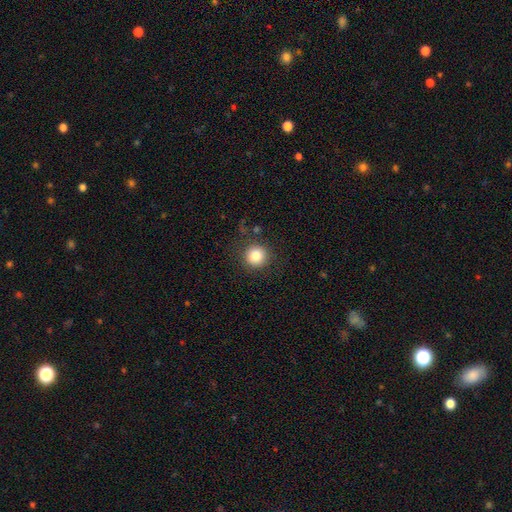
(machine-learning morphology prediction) smooth-or-featured: smooth: 83% | star or artifact: 11% | featured or disk: 6%
  how-rounded: round: 94% | in between: 5% | cigar-shaped: 1%
  merging: none: 87% | minor disturbance: 8% | major disturbance: 3% | merger: 2%